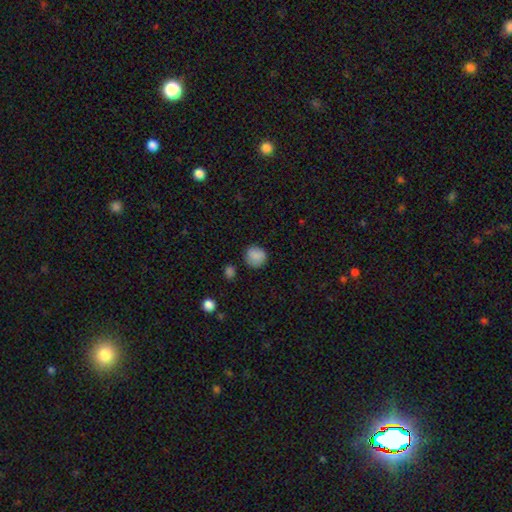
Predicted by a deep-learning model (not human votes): Morphology: type=smooth (86%); roundness=round (89%); merging=none (81%).